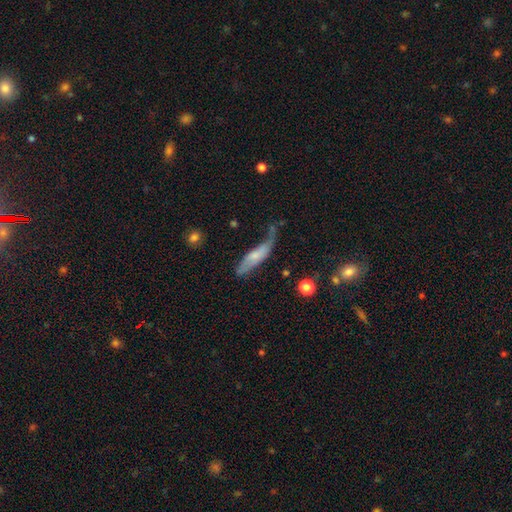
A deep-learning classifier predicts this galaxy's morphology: A smooth galaxy with no disk features (52%) that is cigar-shaped (67%).

Vote fractions:
- Smooth or featured? smooth: 52% / featured or disk: 42% / star or artifact: 6%
- How rounded? cigar-shaped: 67% / in between: 30% / round: 2%
- Merging? minor disturbance: 35% / none: 34% / major disturbance: 24% / merger: 6%